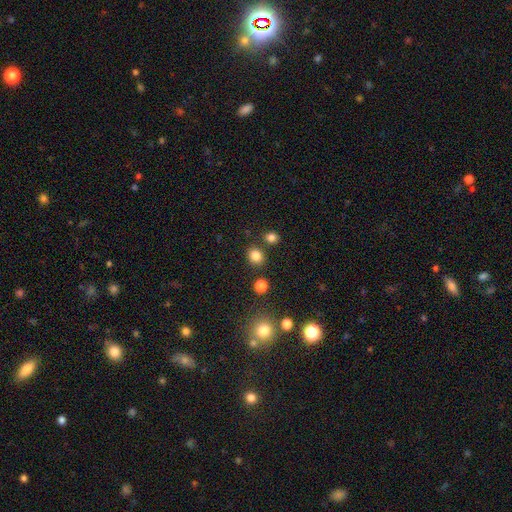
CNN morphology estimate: This is clearly a smooth galaxy (82%). How rounded: likely round (72%). Merging: clearly none (81%).